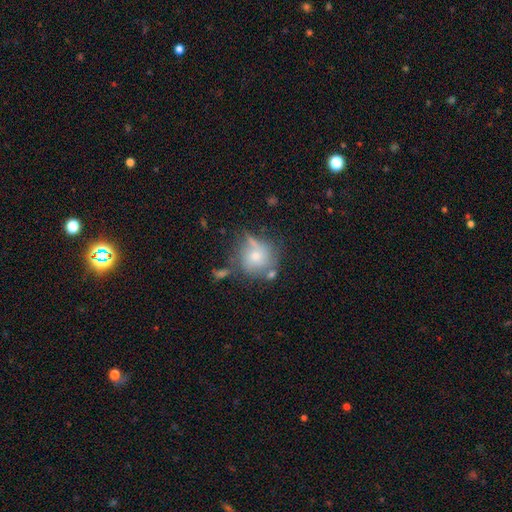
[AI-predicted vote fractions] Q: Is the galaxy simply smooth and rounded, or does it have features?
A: smooth — 55%.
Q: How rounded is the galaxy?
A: round — 85%.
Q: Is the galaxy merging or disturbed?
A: none — 55%.